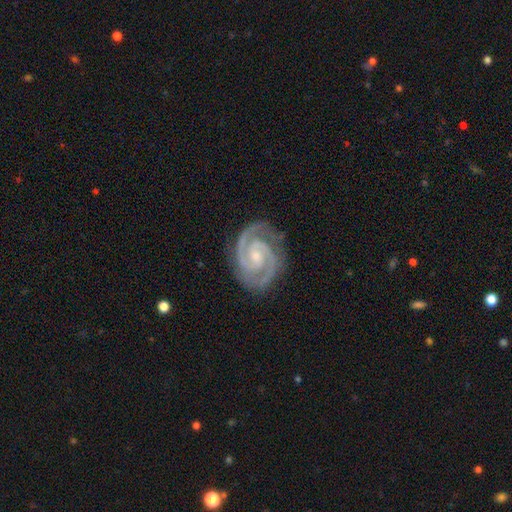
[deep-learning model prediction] Overall: featured or disk (94%). Edge-on disk: no (98%). Bar: no (52%; weak 37%). Spiral arms: yes (99%). Spiral arm count: 2 (90%). Spiral winding: tight (64%; medium 33%). Bulge size: small (62%; moderate 31%). Merging: none (82%).